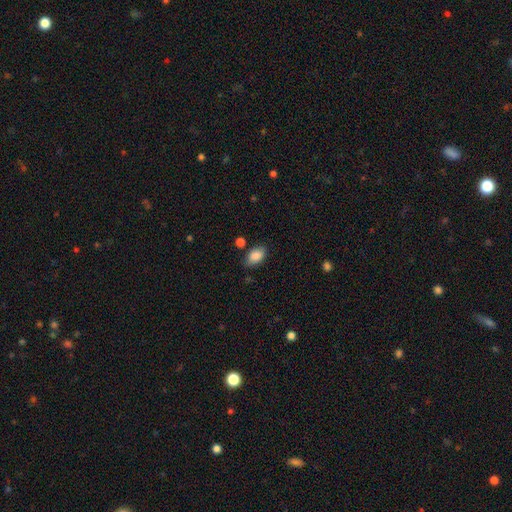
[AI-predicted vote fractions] Morphology: type=smooth (87%); roundness=in between (91%); merging=none (78%).